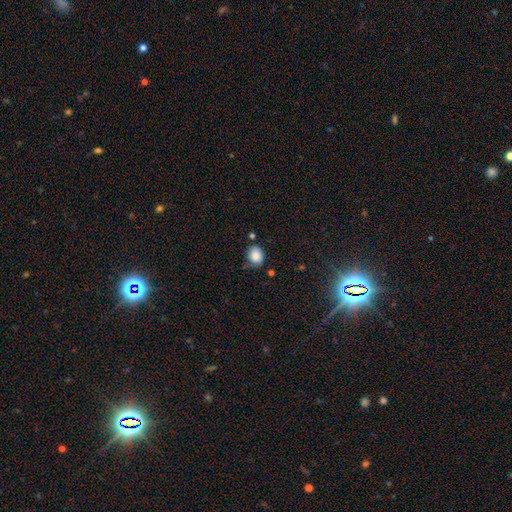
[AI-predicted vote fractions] Smooth or featured? Predicted: smooth (p=0.85). How rounded? Predicted: round (p=0.50). Merging? Predicted: none (p=0.69).